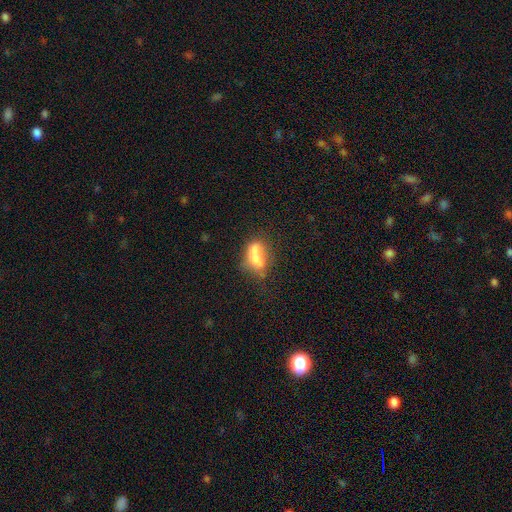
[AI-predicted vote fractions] A smooth galaxy with no disk features (61%) that is in between round and cigar-shaped (77%).

Vote fractions:
- Smooth or featured? smooth: 61% / featured or disk: 29% / star or artifact: 11%
- How rounded? in between: 77% / cigar-shaped: 12% / round: 11%
- Merging? merger: 39% / none: 29% / minor disturbance: 18% / major disturbance: 14%